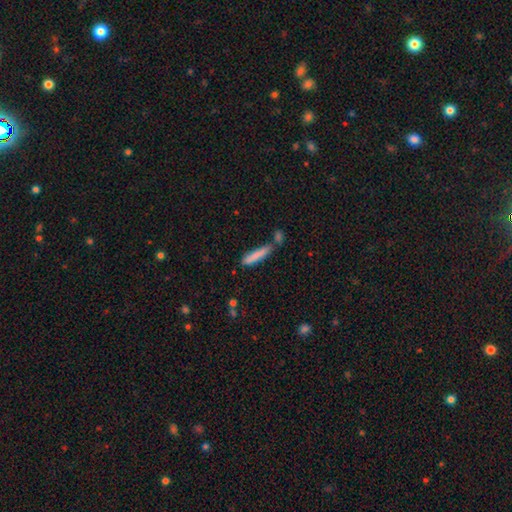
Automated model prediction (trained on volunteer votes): smooth 80%, featured or disk 13%, star or artifact 7%. Down the decision tree: how rounded — cigar-shaped (89%); merging — none (64%).